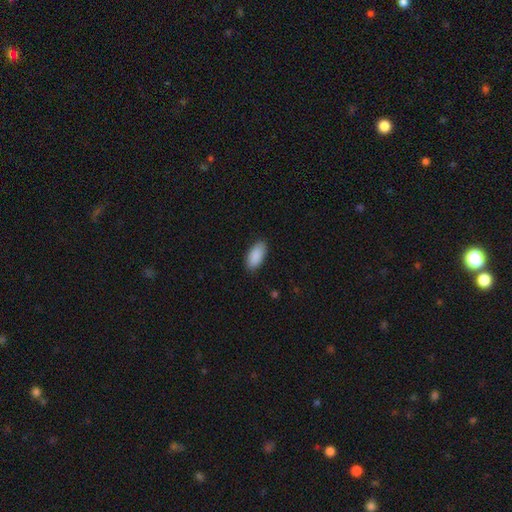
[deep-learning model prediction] A smooth galaxy with no disk features (91%) that is in between round and cigar-shaped (92%).

Vote fractions:
- Smooth or featured? smooth: 91% / star or artifact: 6% / featured or disk: 4%
- How rounded? in between: 92% / cigar-shaped: 6% / round: 2%
- Merging? none: 87% / minor disturbance: 10% / major disturbance: 2% / merger: 1%